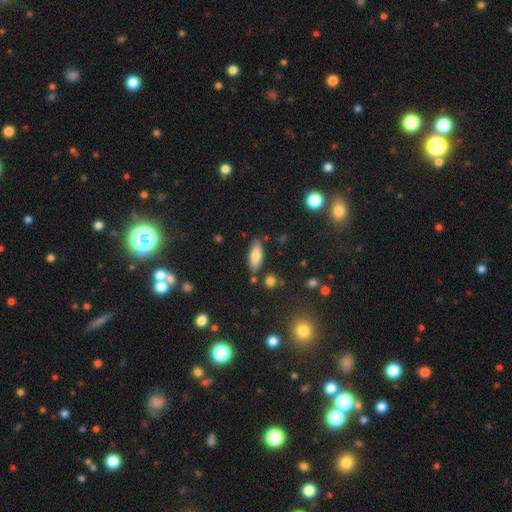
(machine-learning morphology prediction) A smooth galaxy with no disk features (77%) that is in between round and cigar-shaped (74%). Merging: none (80%).